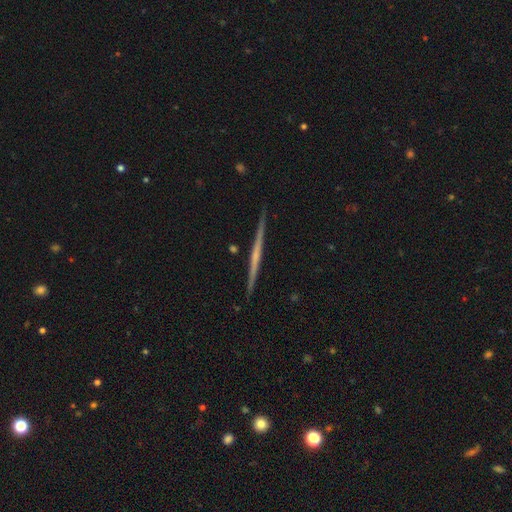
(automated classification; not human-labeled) This is likely a featured or disk galaxy (70%). It is clearly viewed edge-on (98%). Edge-on bulge: likely none (75%). Merging: clearly none (92%).